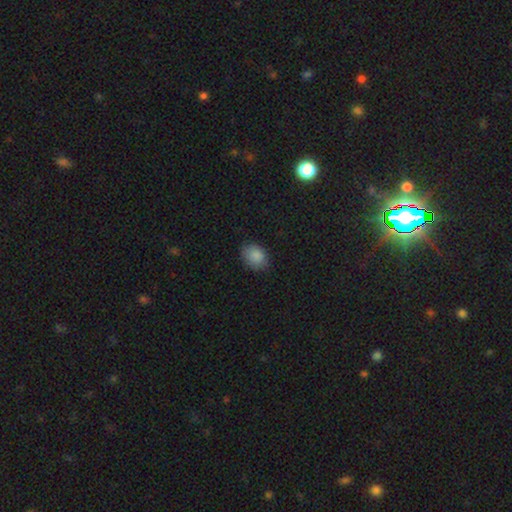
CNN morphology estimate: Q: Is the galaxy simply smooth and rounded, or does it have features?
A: smooth — 87%.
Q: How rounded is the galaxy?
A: in between — 64%.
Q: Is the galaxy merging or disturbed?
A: none — 81%.